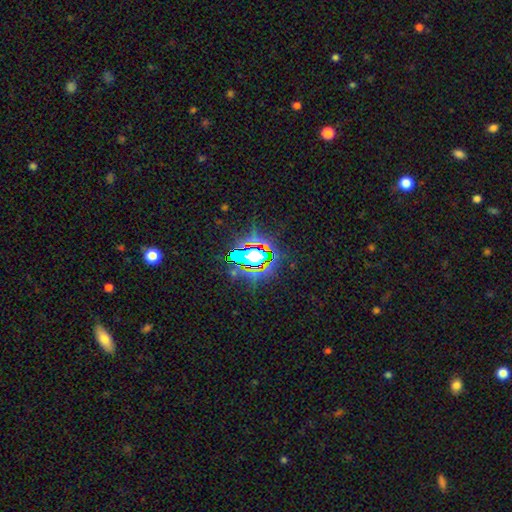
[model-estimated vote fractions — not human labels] Smooth or featured? star or artifact (82%)